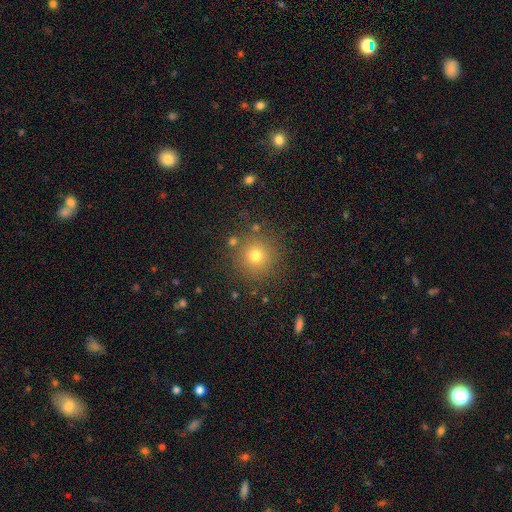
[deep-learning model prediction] This is likely a smooth galaxy (73%). How rounded: clearly round (94%). Merging: clearly none (85%).